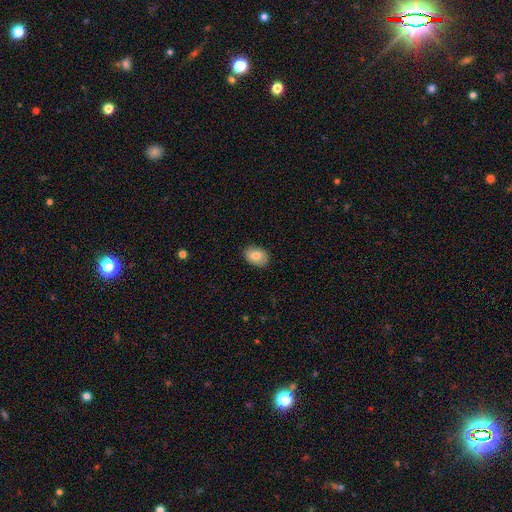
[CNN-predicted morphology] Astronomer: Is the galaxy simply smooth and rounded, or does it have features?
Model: smooth — 82%.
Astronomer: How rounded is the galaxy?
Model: in between — 75%.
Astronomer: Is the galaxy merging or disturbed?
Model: none — 86%.